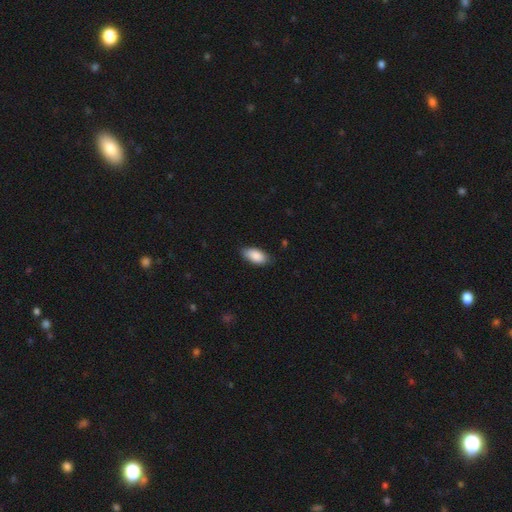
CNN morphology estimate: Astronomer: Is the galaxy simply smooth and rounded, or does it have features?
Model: smooth — 88%.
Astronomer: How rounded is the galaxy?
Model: in between — 93%.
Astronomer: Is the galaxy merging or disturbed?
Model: none — 82%.